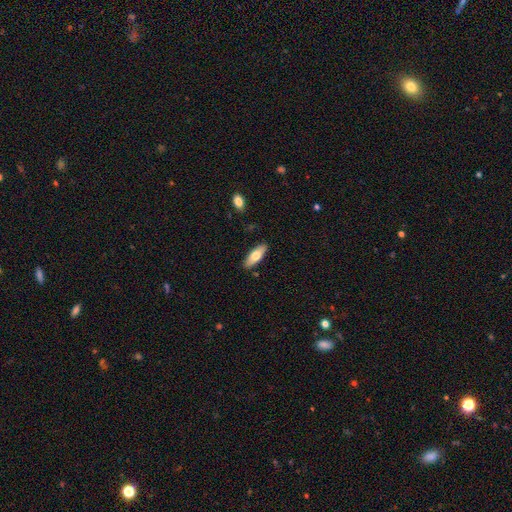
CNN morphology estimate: This is likely a smooth galaxy (67%). How rounded: likely in between (66%). Merging: clearly none (88%).